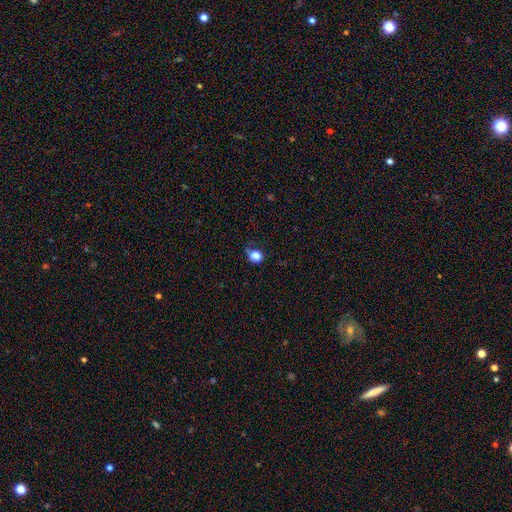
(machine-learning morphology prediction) Smooth or featured? Predicted: smooth (p=0.85). How rounded? Predicted: round (p=0.75). Merging? Predicted: none (p=0.59).